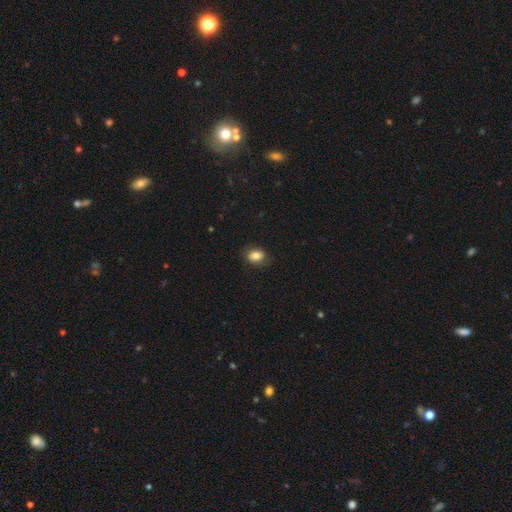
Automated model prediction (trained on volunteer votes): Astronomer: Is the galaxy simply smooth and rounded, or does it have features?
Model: smooth — 80%.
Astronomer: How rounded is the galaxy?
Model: in between — 74%.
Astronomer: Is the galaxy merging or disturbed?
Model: none — 78%.